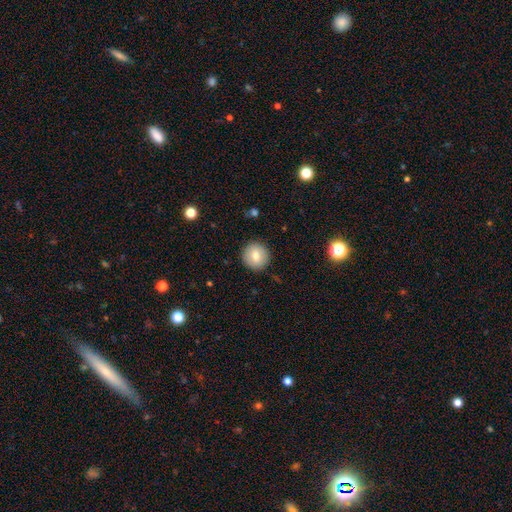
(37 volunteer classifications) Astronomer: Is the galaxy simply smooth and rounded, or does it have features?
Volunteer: smooth — 81%.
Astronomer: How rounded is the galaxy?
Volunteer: round — 93%.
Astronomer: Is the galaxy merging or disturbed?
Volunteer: none — 94%.